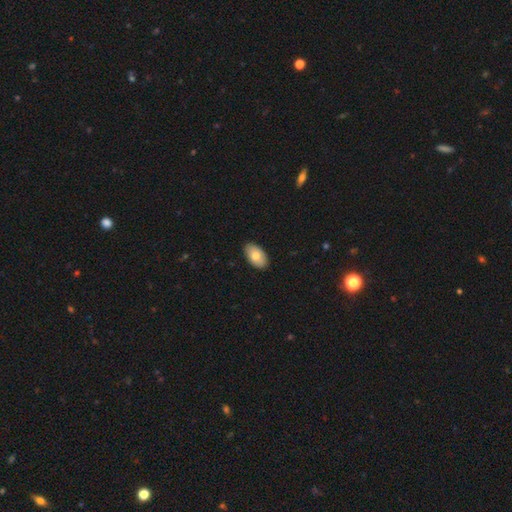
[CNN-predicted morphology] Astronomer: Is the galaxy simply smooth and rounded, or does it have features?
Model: smooth — 80%.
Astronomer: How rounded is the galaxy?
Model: in between — 94%.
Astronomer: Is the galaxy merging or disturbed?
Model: none — 88%.